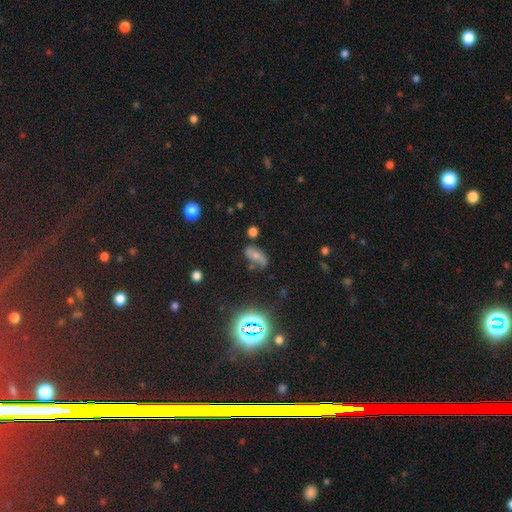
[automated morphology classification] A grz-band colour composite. It shows a smooth galaxy with no disk features (46%). Merging: none (56%).